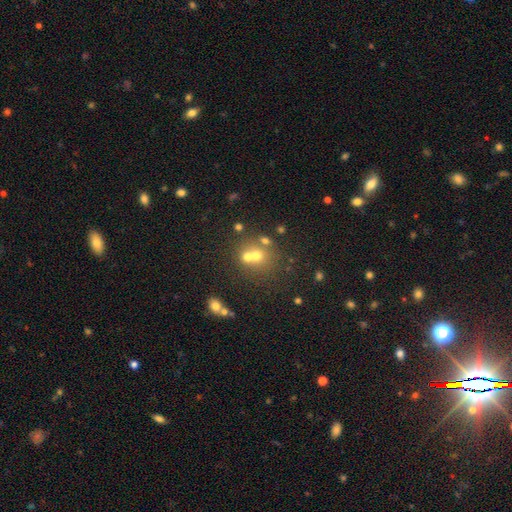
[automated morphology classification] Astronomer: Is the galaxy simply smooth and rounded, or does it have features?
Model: smooth — 58%.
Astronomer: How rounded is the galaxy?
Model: round — 77%.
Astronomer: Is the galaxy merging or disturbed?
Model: merger — 47% (runner-up: none, 40%).